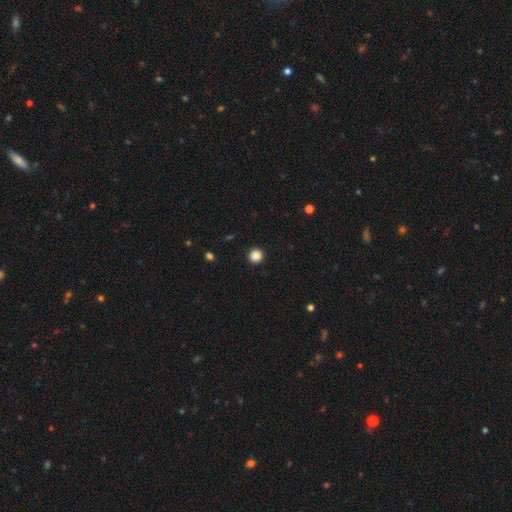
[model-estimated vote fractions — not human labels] A smooth galaxy with no disk features (87%) that is round (95%). Merging: none (93%).